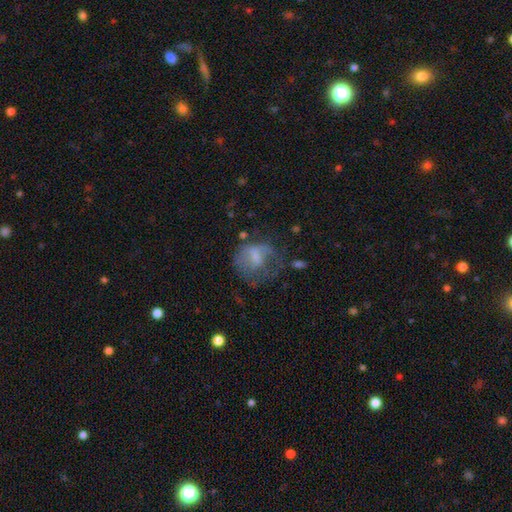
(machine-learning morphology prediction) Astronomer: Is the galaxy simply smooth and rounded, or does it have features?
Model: featured or disk — 44% (runner-up: smooth, 42%).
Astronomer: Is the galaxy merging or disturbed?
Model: major disturbance — 37%, tied with none at 37%.